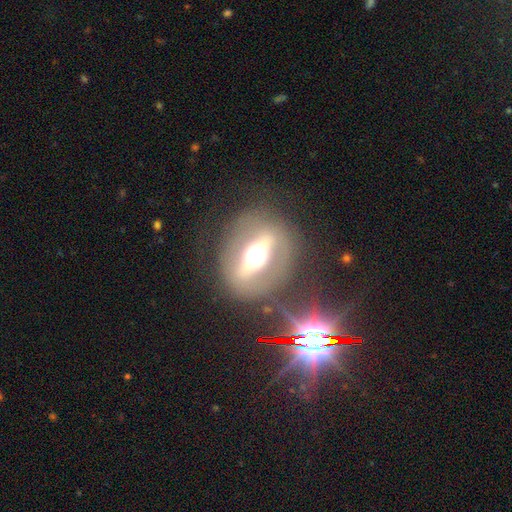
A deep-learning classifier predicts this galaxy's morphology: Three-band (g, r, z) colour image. It shows a featured or disk galaxy (68%). Merging: none (76%).